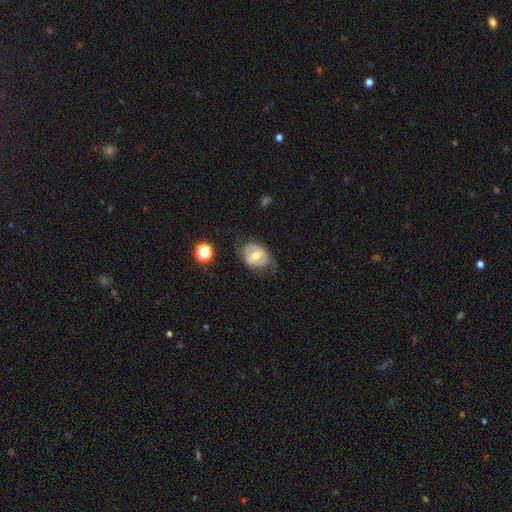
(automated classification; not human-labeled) Smooth or featured? smooth (53%)
How rounded? in between (61%)
Merging? none (59%)